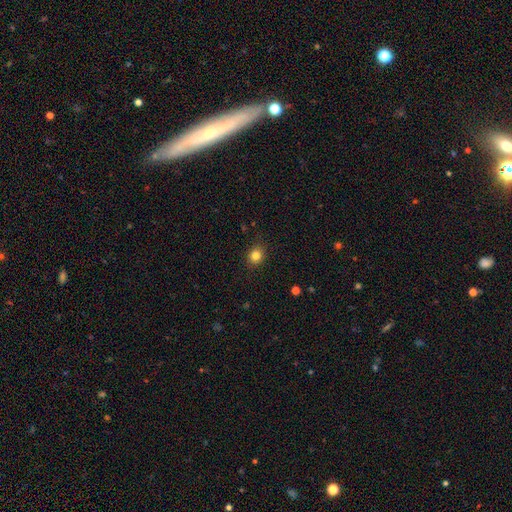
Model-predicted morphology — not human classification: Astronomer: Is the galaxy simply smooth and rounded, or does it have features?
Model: smooth — 82%.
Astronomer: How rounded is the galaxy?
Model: round — 70%.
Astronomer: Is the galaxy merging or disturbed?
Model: none — 88%.